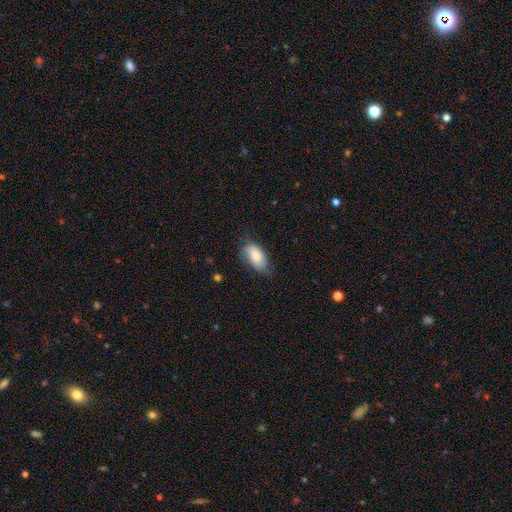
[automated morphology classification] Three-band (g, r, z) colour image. It shows a smooth galaxy with no disk features (81%) that is in between round and cigar-shaped (93%). Merging: none (62%).